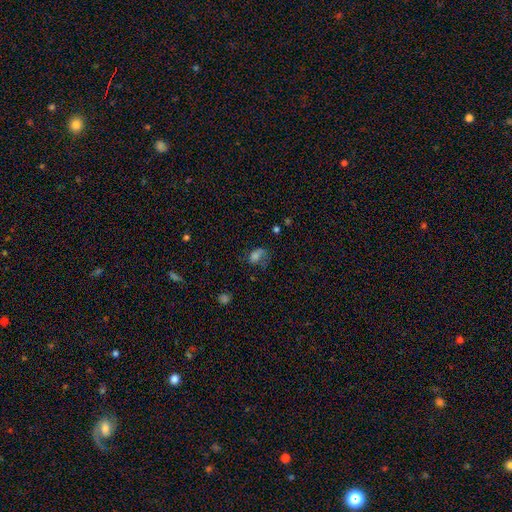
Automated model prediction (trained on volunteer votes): smooth_or_featured: smooth (p=0.64) [alt: featured or disk p=0.21]
how_rounded: in between (p=0.74) [alt: round p=0.25]
merging: major disturbance (p=0.37) [alt: none p=0.33]